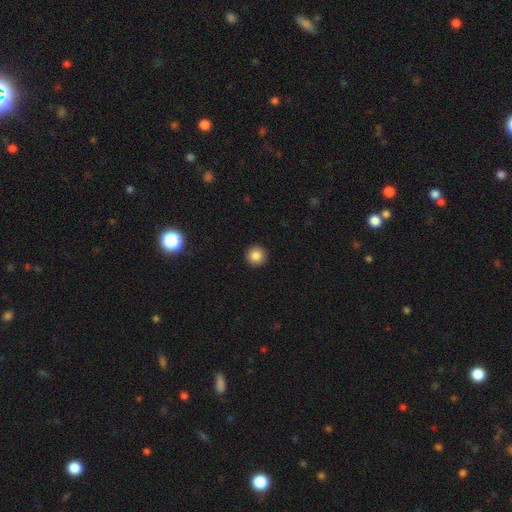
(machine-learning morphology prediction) Q: Smooth or featured?
A: smooth (85%); runner-up: star or artifact (10%)
Q: How rounded?
A: round (96%); runner-up: in between (3%)
Q: Merging?
A: none (94%); runner-up: minor disturbance (4%)